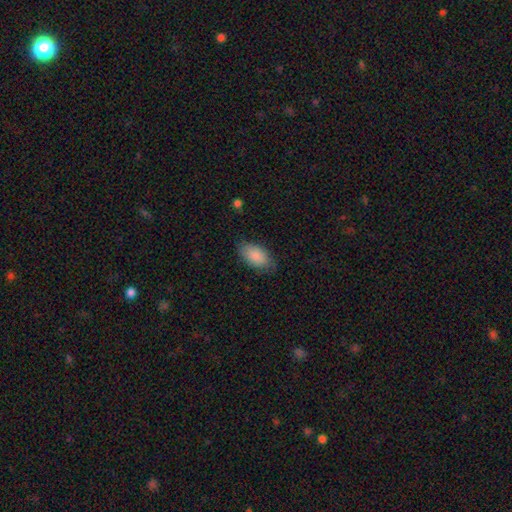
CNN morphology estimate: type=smooth (87%); roundness=in between (94%); merging=none (78%).